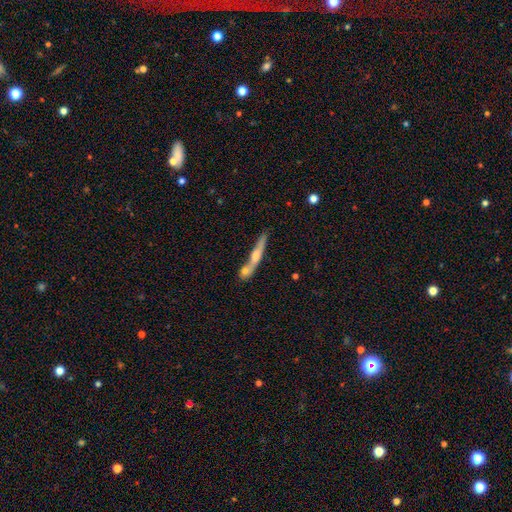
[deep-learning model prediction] smooth-or-featured: featured or disk: 58% | smooth: 35% | star or artifact: 7%
  disk-edge-on: yes: 91% | no: 9%
    edge-on-bulge: rounded: 81% | none: 13% | boxy: 6%
  merging: none: 53% | merger: 30% | minor disturbance: 12% | major disturbance: 5%